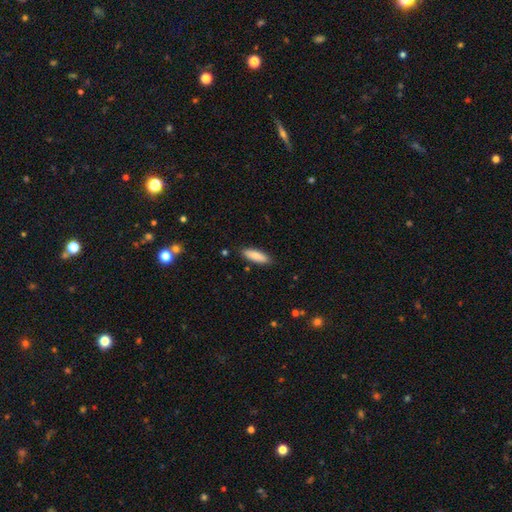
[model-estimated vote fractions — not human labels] Smooth or featured?
  - smooth: 87% *
  - featured or disk: 8%
  - star or artifact: 6%
How rounded?
  - in between: 52% *
  - cigar-shaped: 46%
  - round: 2%
Merging?
  - none: 87% *
  - minor disturbance: 10%
  - major disturbance: 2%
  - merger: 2%